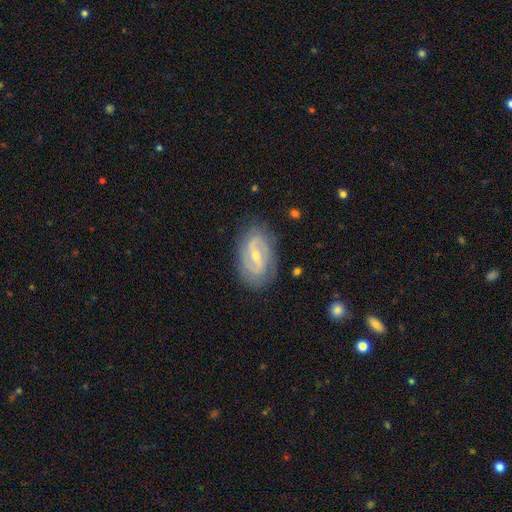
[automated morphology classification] A featured or disk galaxy (82%) with a weak bar (48%), 2 (84%) medium (45%) spiral arms (91%) and a small central bulge (60%).

Vote fractions:
- Smooth or featured? featured or disk: 82% / smooth: 12% / star or artifact: 5%
- Edge-on disk? no: 96% / yes: 4%
- Bar? weak: 48% / strong: 32% / no: 20%
- Spiral arms? yes: 91% / no: 9%
- Spiral winding? medium: 45% / tight: 33% / loose: 22%
- Spiral arm count? 2: 84% / can't tell: 9% / 3: 3% / 1: 2% / 4: 1% / more than 4: 1%
- Bulge size? small: 60% / moderate: 36% / none: 1% / large: 1% / dominant: 1%
- Merging? none: 82% / minor disturbance: 13% / major disturbance: 4% / merger: 1%